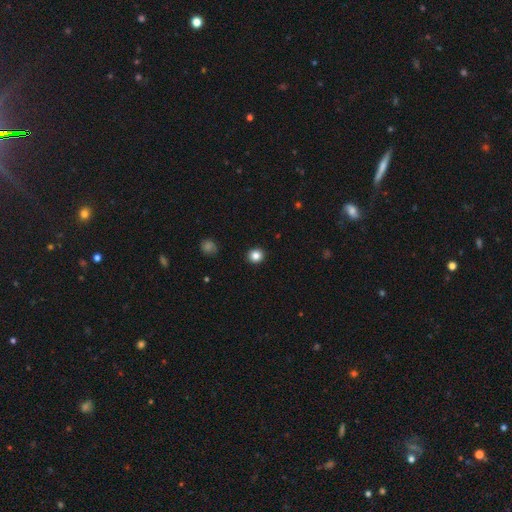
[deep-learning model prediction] Morphology: type=smooth (85%); roundness=round (89%); merging=none (93%).